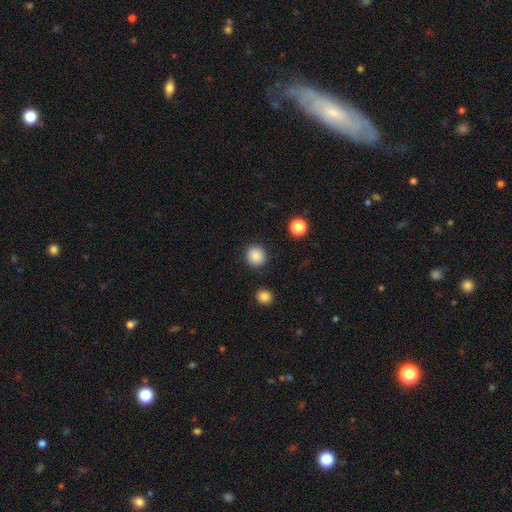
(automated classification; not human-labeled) A smooth galaxy with no disk features (87%) that is round (91%). Merging: none (91%).